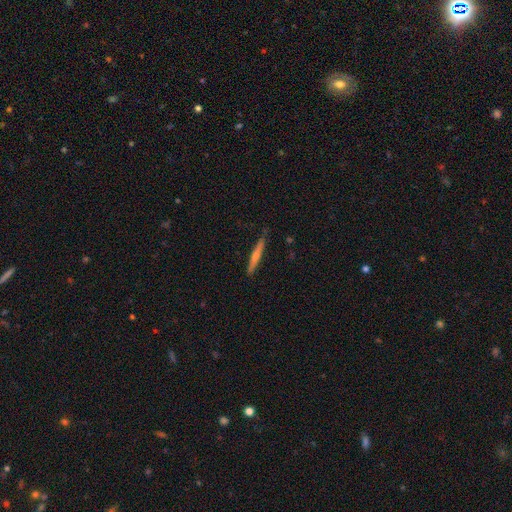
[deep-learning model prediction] This is possibly a featured or disk galaxy (57%). It is clearly viewed edge-on (97%). Edge-on bulge: likely rounded (71%). Merging: clearly none (86%).